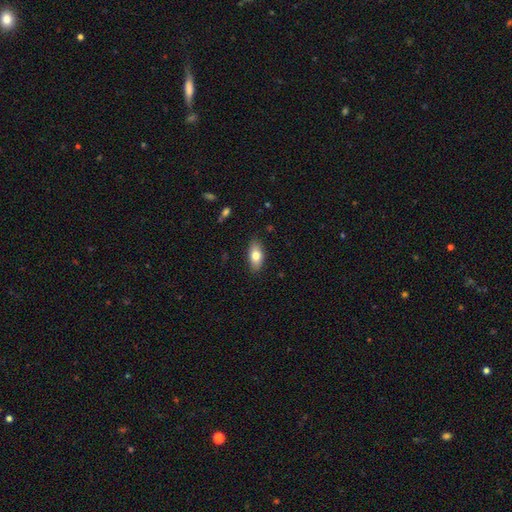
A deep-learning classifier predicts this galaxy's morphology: The model was most divided on "smooth or featured": smooth: 77%, featured or disk: 16%, star or artifact: 7%. More confident: how rounded — in between (86%); merging — none (86%).